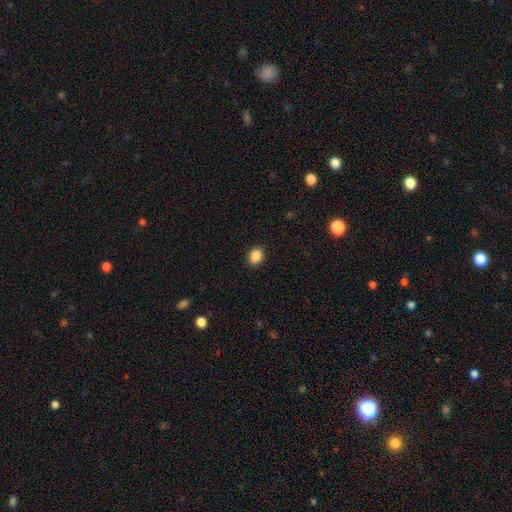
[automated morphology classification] Overall: smooth (88%). How rounded: in between (70%). Merging: none (90%).